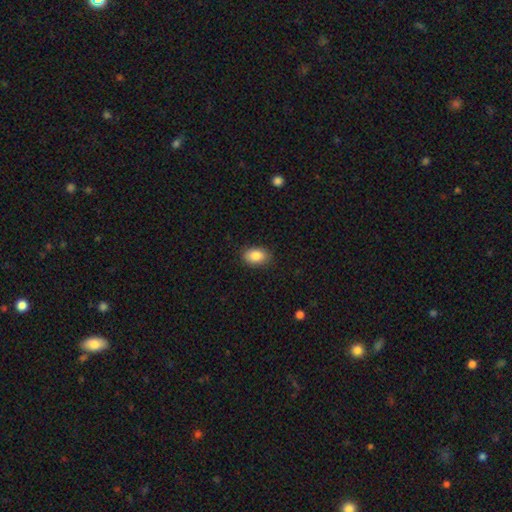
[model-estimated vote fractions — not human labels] The model was most divided on "how rounded": in between: 83%, round: 16%, cigar-shaped: 1%. More confident: merging — none (87%); smooth or featured — smooth (86%).